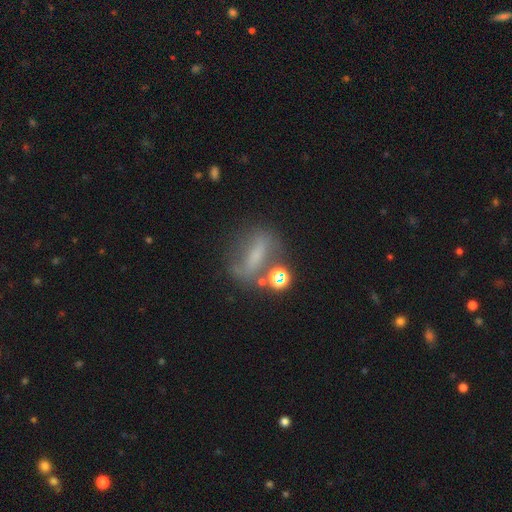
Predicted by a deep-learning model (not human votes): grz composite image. It shows a smooth galaxy with no disk features (42%). Merging: none (49%).